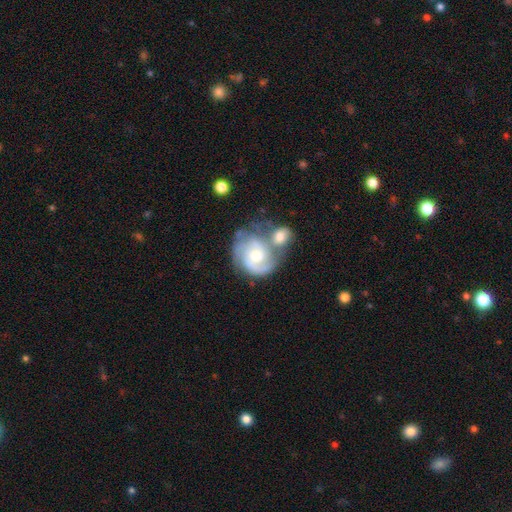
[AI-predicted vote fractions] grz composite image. It shows a featured or disk galaxy (81%) with no bar (65%), 2 (57%) tight (52%) spiral arms (94%) and a moderate central bulge (71%). Merging: merger (47%).